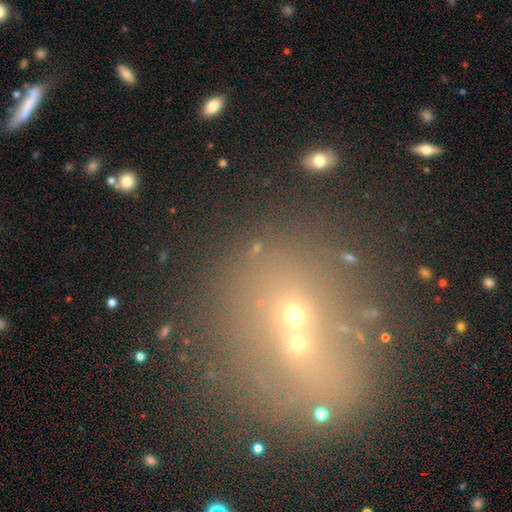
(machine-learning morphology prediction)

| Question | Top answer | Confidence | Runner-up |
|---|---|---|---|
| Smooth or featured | smooth | 43% | star or artifact (41%) |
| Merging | none | 52% | merger (35%) |